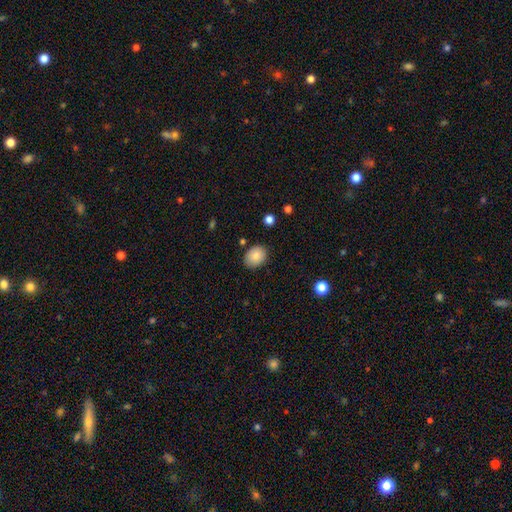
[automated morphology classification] type=smooth (85%); roundness=in between (58%); merging=none (82%).